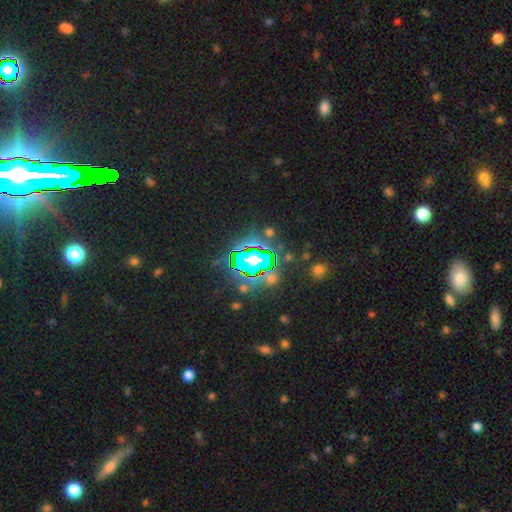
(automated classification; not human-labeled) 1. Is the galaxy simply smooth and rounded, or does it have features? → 67% star or artifact, 19% smooth, 14% featured or disk.